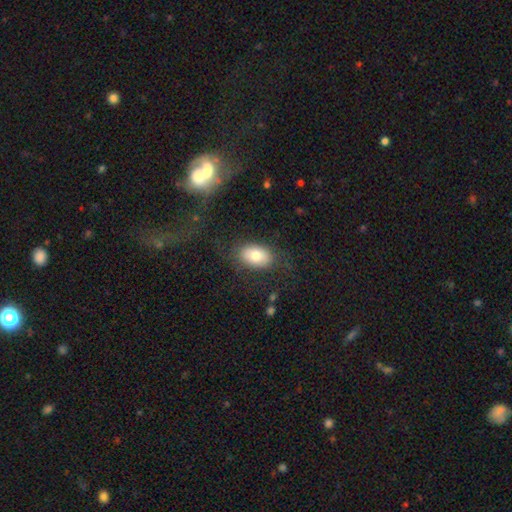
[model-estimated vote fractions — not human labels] smooth_or_featured: smooth (p=0.77) [alt: featured or disk p=0.15]
how_rounded: in between (p=0.88) [alt: round p=0.10]
merging: none (p=0.78) [alt: minor disturbance p=0.13]